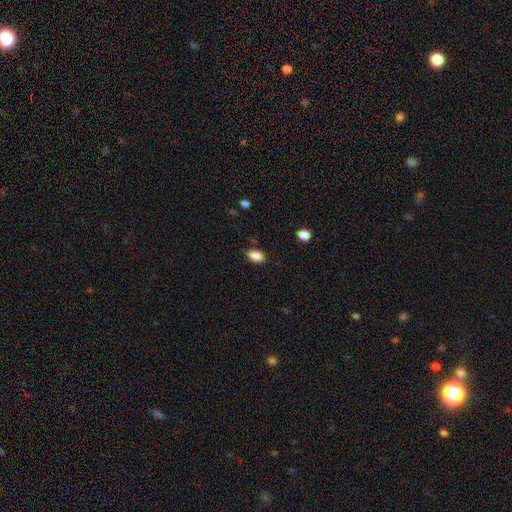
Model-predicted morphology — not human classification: This appears to be a smooth galaxy with no disk features (86%) that is in between round and cigar-shaped (80%). Merging: none (83%).